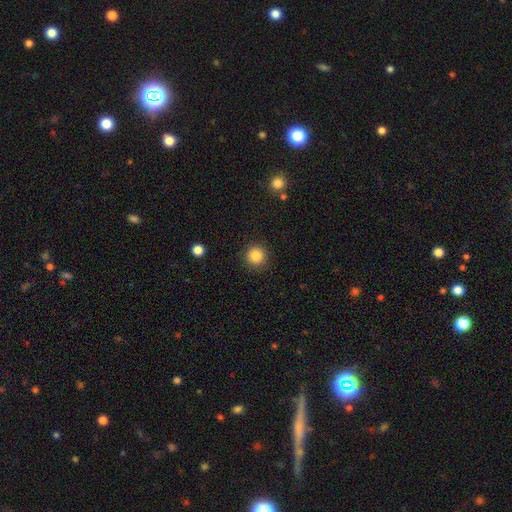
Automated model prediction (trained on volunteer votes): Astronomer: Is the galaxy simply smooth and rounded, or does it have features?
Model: smooth — 84%.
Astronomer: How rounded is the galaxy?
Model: round — 95%.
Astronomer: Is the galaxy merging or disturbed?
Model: none — 91%.